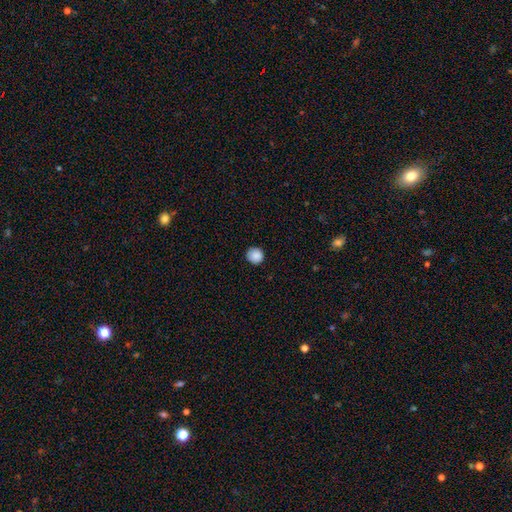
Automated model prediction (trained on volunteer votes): smooth-or-featured: smooth: 88% | star or artifact: 9% | featured or disk: 3%
  how-rounded: round: 93% | in between: 6% | cigar-shaped: 1%
  merging: none: 89% | minor disturbance: 8% | major disturbance: 2% | merger: 1%